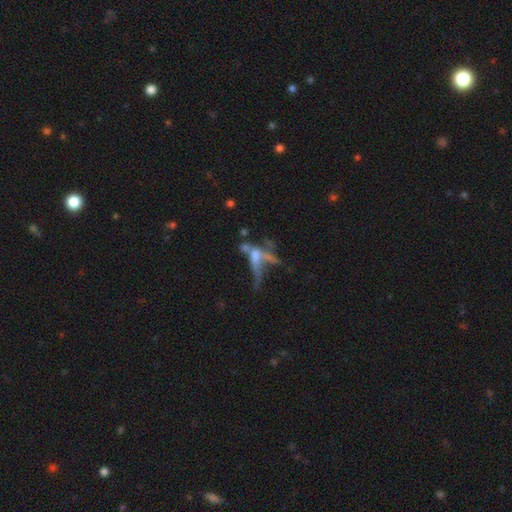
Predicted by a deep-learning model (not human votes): Overall: featured or disk (49%; smooth 31%). Merging: merger (37%; major disturbance 33%).